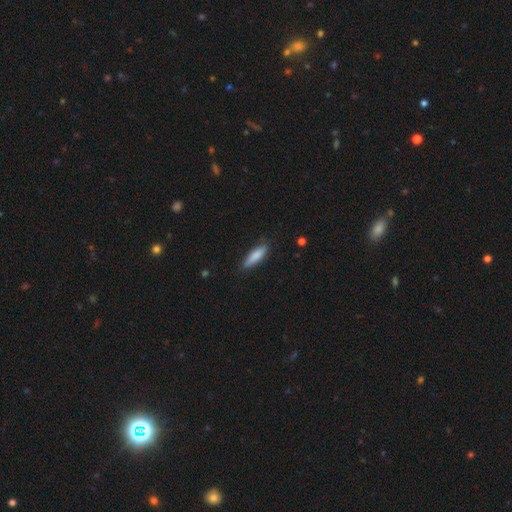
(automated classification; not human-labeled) Smooth or featured?
  - smooth: 80% *
  - featured or disk: 15%
  - star or artifact: 6%
How rounded?
  - cigar-shaped: 69% *
  - in between: 29%
  - round: 2%
Merging?
  - none: 81% *
  - minor disturbance: 15%
  - major disturbance: 3%
  - merger: 1%